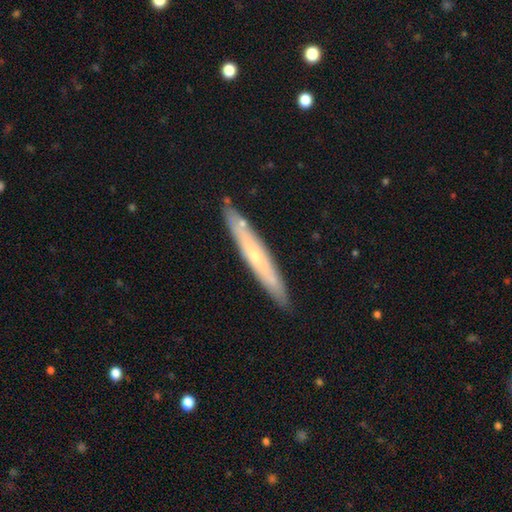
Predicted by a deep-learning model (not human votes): featured or disk 58%, smooth 36%, star or artifact 6%. Down the decision tree: edge-on disk — yes (81%); merging — none (87%).